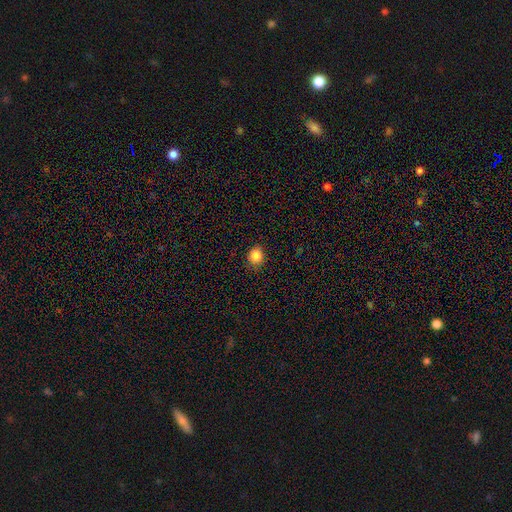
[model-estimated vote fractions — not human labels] smooth_or_featured: smooth (p=0.86) [alt: star or artifact p=0.10]
how_rounded: round (p=0.73) [alt: in between p=0.26]
merging: none (p=0.86) [alt: minor disturbance p=0.10]